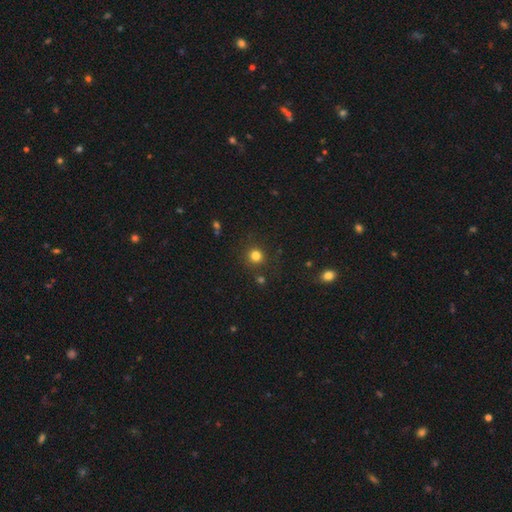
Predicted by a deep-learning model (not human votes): Morphology: type=smooth (81%); roundness=round (91%); merging=none (85%).